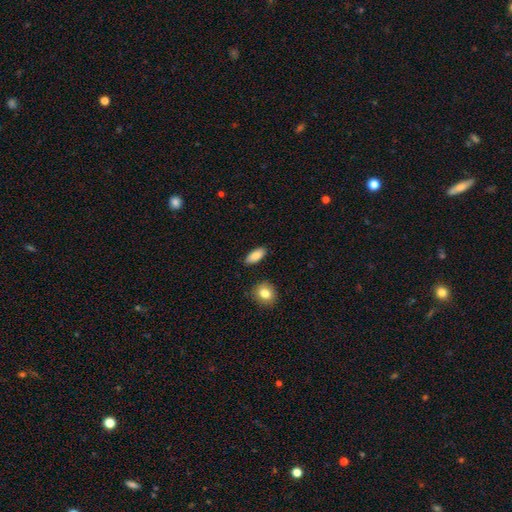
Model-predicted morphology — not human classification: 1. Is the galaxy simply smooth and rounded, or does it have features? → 84% smooth, 9% featured or disk, 7% star or artifact.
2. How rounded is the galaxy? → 85% in between, 12% cigar-shaped, 3% round.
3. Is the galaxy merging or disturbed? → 87% none, 9% minor disturbance, 2% merger, 2% major disturbance.